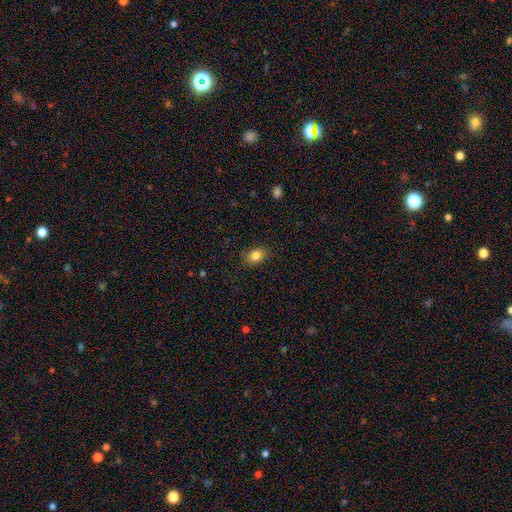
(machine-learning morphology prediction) Q: Smooth or featured?
A: smooth (84%); runner-up: star or artifact (10%)
Q: How rounded?
A: in between (65%); runner-up: round (34%)
Q: Merging?
A: none (85%); runner-up: minor disturbance (11%)